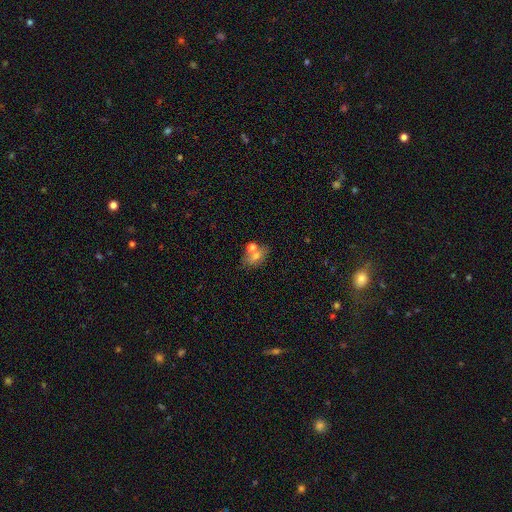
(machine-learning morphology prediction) Smooth or featured?
  - smooth: 65% *
  - featured or disk: 21%
  - star or artifact: 14%
How rounded?
  - in between: 78% *
  - round: 19%
  - cigar-shaped: 4%
Merging?
  - none: 60% *
  - merger: 22%
  - minor disturbance: 13%
  - major disturbance: 5%